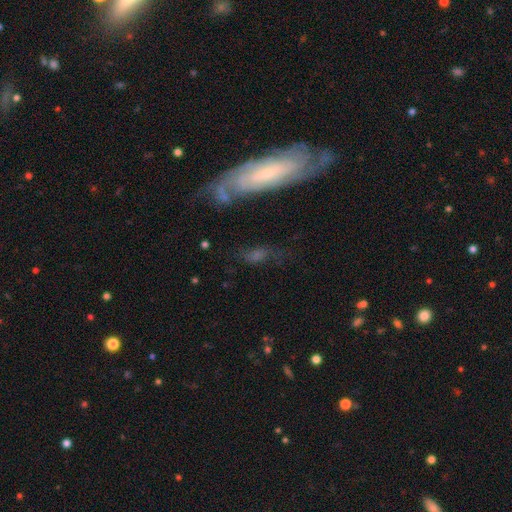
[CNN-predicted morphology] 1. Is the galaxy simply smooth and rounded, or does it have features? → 63% featured or disk, 25% smooth, 12% star or artifact.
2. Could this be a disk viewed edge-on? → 81% no, 19% yes.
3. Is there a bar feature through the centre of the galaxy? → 56% no, 31% weak, 12% strong.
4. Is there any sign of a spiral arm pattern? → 87% yes, 13% no.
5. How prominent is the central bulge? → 57% small, 24% moderate, 12% none, 4% large, 2% dominant.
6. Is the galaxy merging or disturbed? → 60% none, 20% minor disturbance, 14% major disturbance, 6% merger.